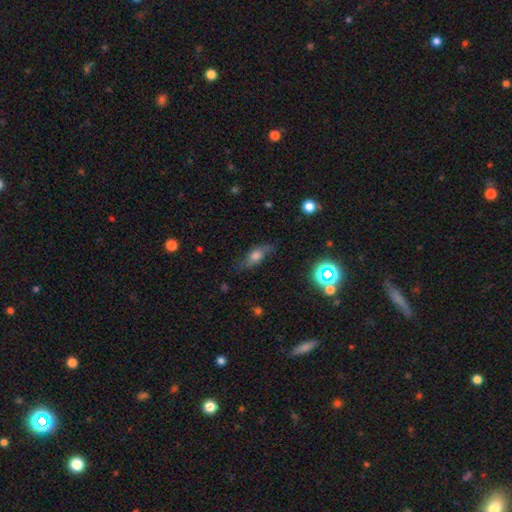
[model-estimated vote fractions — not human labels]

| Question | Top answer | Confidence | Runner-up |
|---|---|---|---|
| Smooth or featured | smooth | 49% | featured or disk (38%) |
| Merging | none | 69% | minor disturbance (22%) |